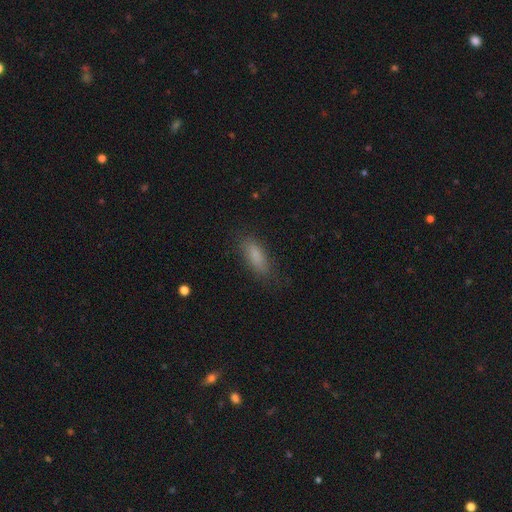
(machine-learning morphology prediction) Smooth or featured?
  - smooth: 83% *
  - star or artifact: 9%
  - featured or disk: 9%
How rounded?
  - in between: 64% *
  - cigar-shaped: 33%
  - round: 2%
Merging?
  - none: 79% *
  - minor disturbance: 15%
  - major disturbance: 5%
  - merger: 1%